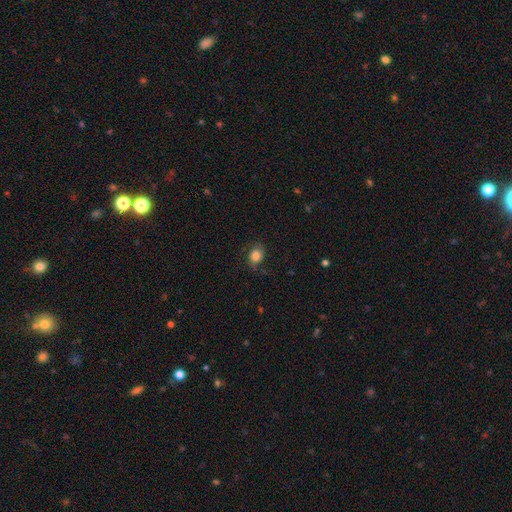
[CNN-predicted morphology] The model was most divided on "how rounded": in between: 56%, round: 43%, cigar-shaped: 1%. More confident: merging — none (67%); smooth or featured — smooth (64%).